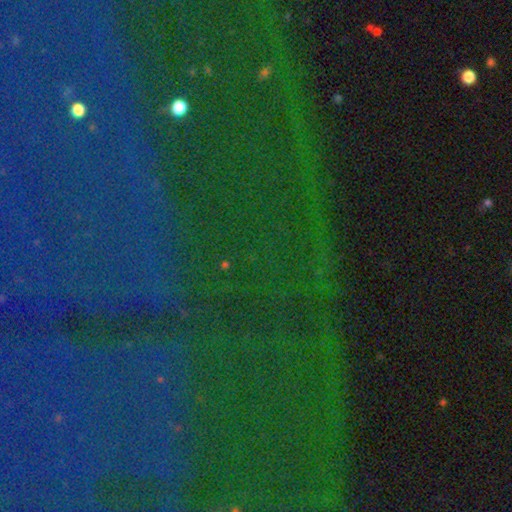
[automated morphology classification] A star or artifact, not a galaxy (84%).

Vote fractions:
- Smooth or featured? star or artifact: 84% / featured or disk: 8% / smooth: 7%